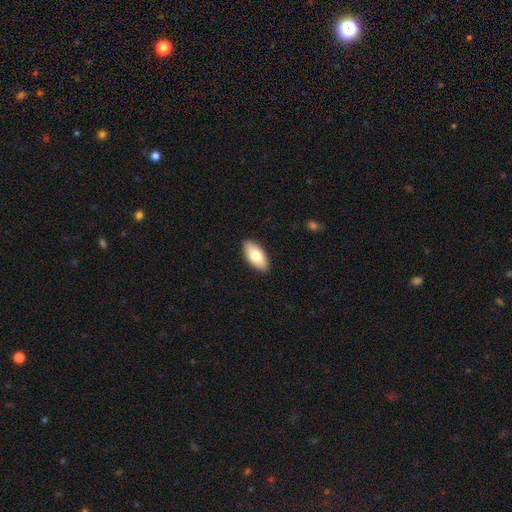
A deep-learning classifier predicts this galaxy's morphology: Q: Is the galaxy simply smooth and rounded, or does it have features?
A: smooth — 78%.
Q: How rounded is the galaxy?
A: in between — 92%.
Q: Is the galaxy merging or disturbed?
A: none — 90%.